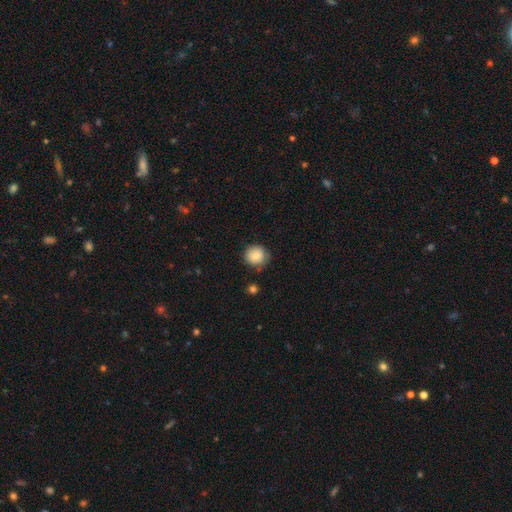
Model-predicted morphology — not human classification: Smooth or featured?
  - smooth: 84% *
  - star or artifact: 8%
  - featured or disk: 7%
How rounded?
  - round: 91% *
  - in between: 8%
  - cigar-shaped: 1%
Merging?
  - none: 80% *
  - minor disturbance: 15%
  - major disturbance: 3%
  - merger: 2%